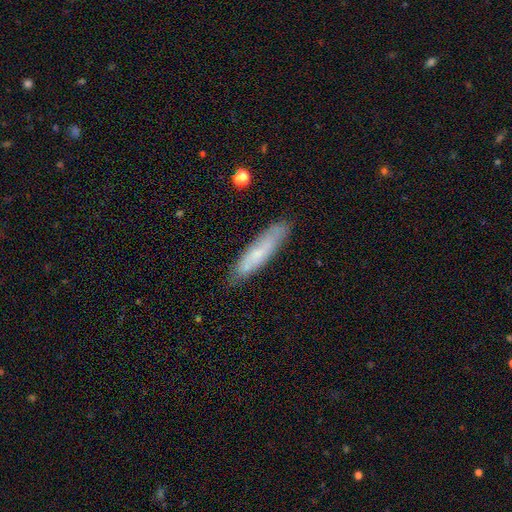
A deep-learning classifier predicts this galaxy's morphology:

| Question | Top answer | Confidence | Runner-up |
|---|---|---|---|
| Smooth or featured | smooth | 57% | featured or disk (36%) |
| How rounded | cigar-shaped | 77% | in between (21%) |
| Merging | none | 79% | minor disturbance (16%) |